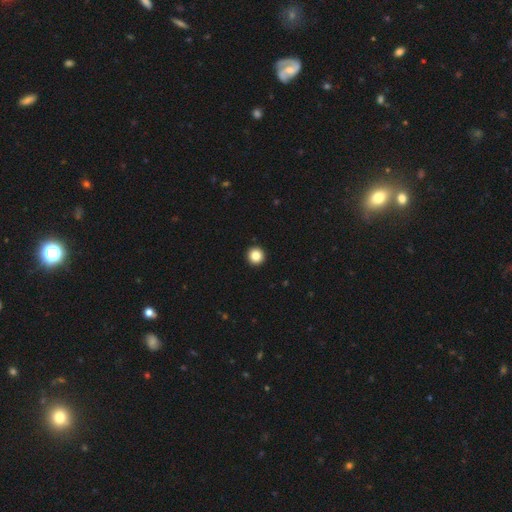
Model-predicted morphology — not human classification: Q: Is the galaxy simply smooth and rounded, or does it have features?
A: smooth — 85%.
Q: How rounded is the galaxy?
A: round — 96%.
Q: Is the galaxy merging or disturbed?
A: none — 94%.